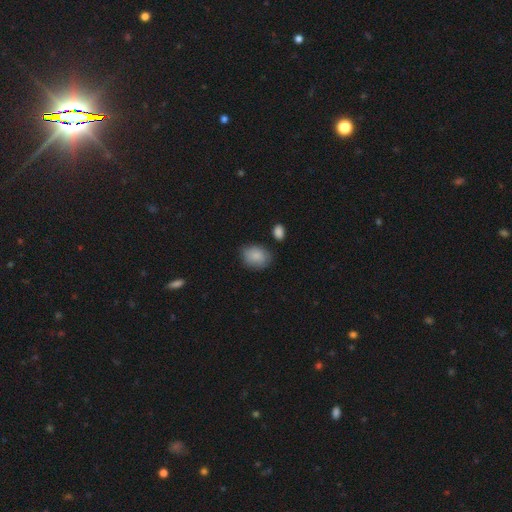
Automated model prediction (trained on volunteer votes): smooth-or-featured: smooth: 86% | featured or disk: 7% | star or artifact: 7%
  how-rounded: in between: 68% | round: 31% | cigar-shaped: 1%
  merging: none: 73% | minor disturbance: 19% | major disturbance: 4% | merger: 4%